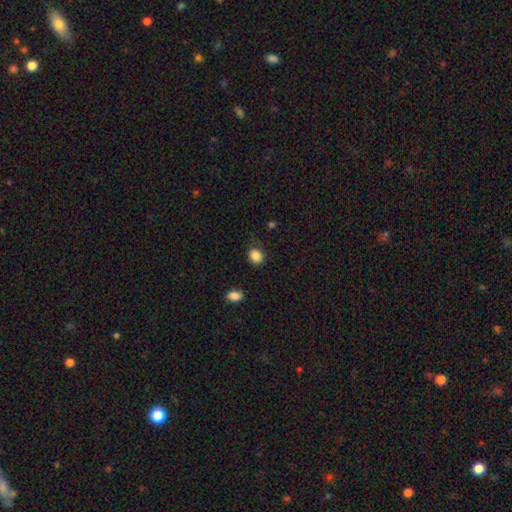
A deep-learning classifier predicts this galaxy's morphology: Smooth or featured?
  - smooth: 86% *
  - star or artifact: 10%
  - featured or disk: 4%
How rounded?
  - round: 70% *
  - in between: 29%
  - cigar-shaped: 1%
Merging?
  - none: 77% *
  - minor disturbance: 17%
  - major disturbance: 4%
  - merger: 2%